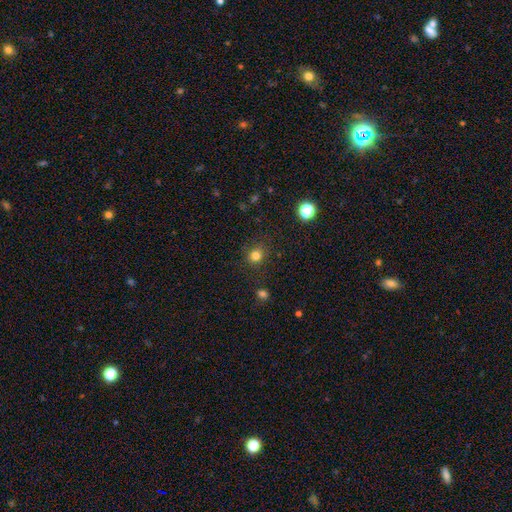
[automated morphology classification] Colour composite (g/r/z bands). It shows a smooth galaxy with no disk features (80%) that is round (84%). Merging: none (84%).